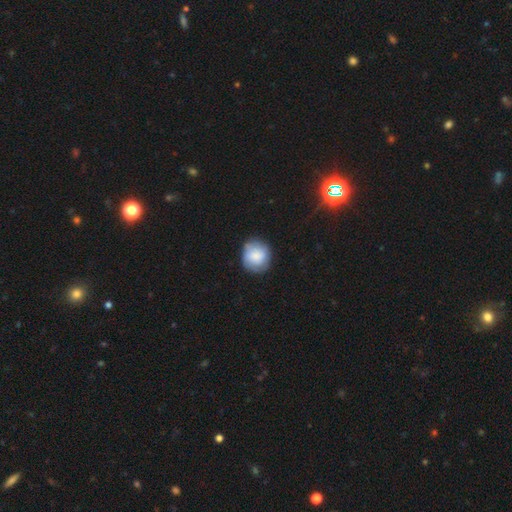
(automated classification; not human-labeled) A smooth galaxy with no disk features (76%) that is round (82%).

Vote fractions:
- Smooth or featured? smooth: 76% / featured or disk: 17% / star or artifact: 7%
- How rounded? round: 82% / in between: 17% / cigar-shaped: 1%
- Merging? none: 76% / minor disturbance: 18% / major disturbance: 5% / merger: 1%